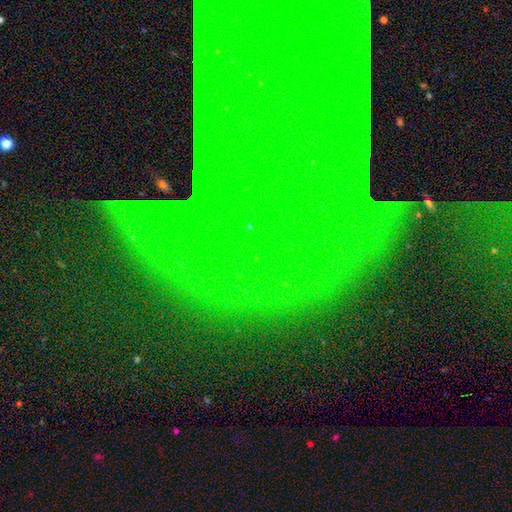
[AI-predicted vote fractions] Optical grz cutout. It shows a star or artifact, not a galaxy (80%).